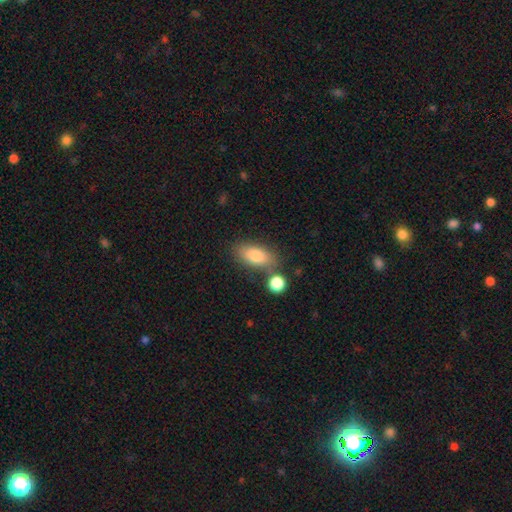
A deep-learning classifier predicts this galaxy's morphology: This is likely a smooth galaxy (80%). How rounded: clearly in between (85%). Merging: likely none (69%).